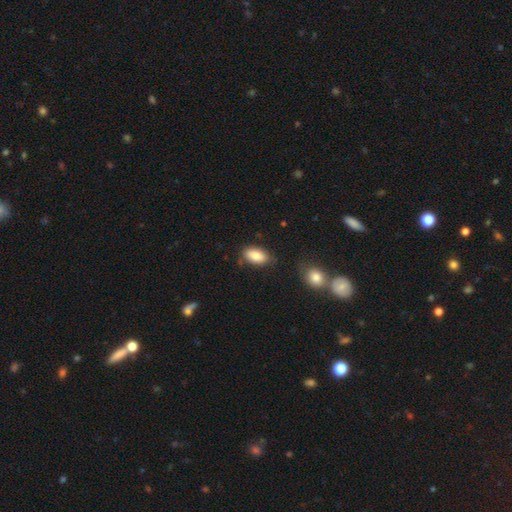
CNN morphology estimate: type=smooth (85%); roundness=in between (92%); merging=none (76%).